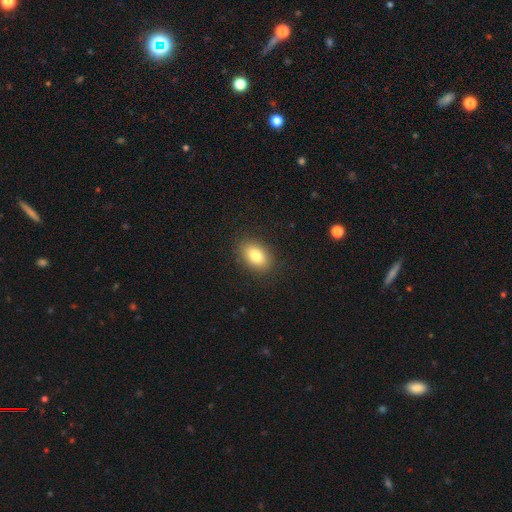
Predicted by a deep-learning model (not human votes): smooth 83%, featured or disk 9%, star or artifact 8%. Down the decision tree: how rounded — in between (85%); merging — none (87%).